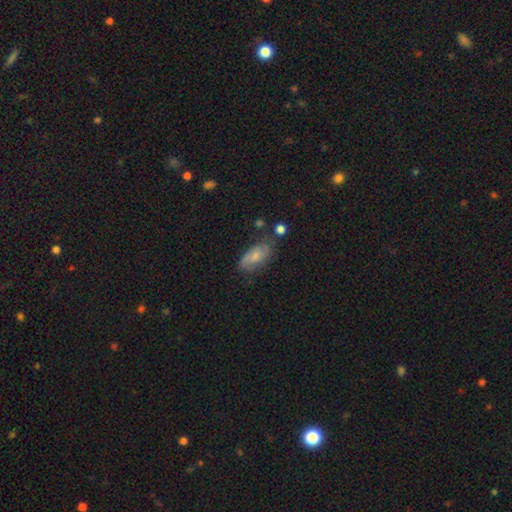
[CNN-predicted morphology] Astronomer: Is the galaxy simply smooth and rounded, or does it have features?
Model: smooth — 54% (runner-up: featured or disk, 36%).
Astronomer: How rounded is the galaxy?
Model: in between — 84%.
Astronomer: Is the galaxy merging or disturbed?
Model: none — 67%.